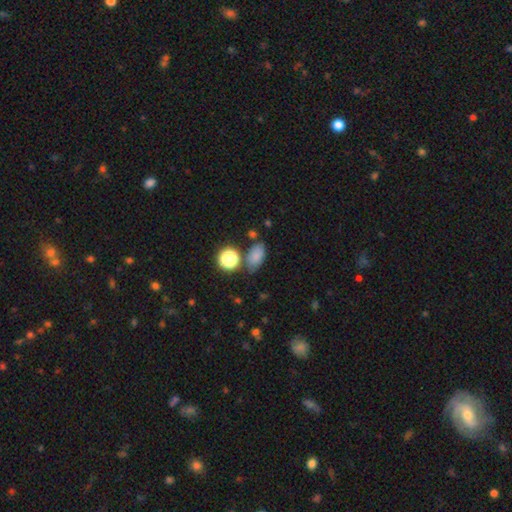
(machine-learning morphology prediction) smooth-or-featured: smooth: 78% | star or artifact: 15% | featured or disk: 7%
  how-rounded: in between: 84% | round: 14% | cigar-shaped: 2%
  merging: none: 69% | minor disturbance: 17% | merger: 9% | major disturbance: 5%